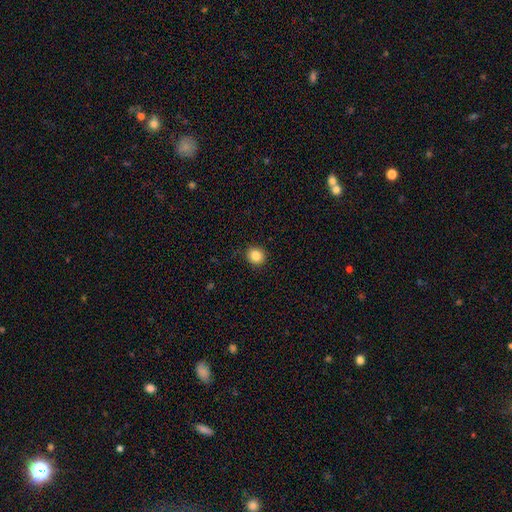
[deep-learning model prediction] smooth 86%, star or artifact 10%, featured or disk 4%. Down the decision tree: how rounded — round (85%); merging — none (90%).